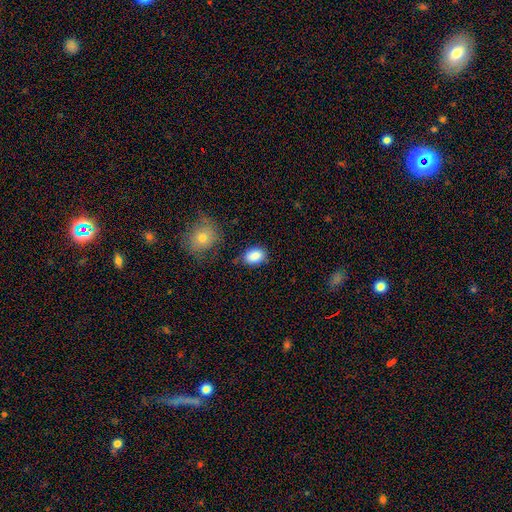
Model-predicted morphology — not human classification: smooth-or-featured: smooth: 87% | star or artifact: 8% | featured or disk: 5%
  how-rounded: in between: 78% | round: 21% | cigar-shaped: 1%
  merging: none: 69% | minor disturbance: 22% | major disturbance: 5% | merger: 4%